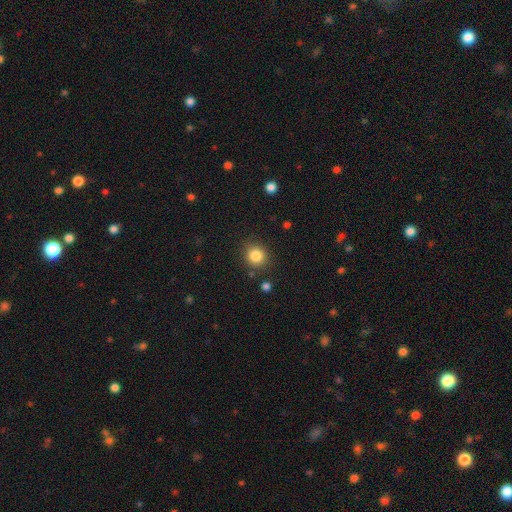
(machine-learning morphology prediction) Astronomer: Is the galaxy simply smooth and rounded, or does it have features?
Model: smooth — 85%.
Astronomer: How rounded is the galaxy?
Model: round — 87%.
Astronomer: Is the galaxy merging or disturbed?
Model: none — 86%.